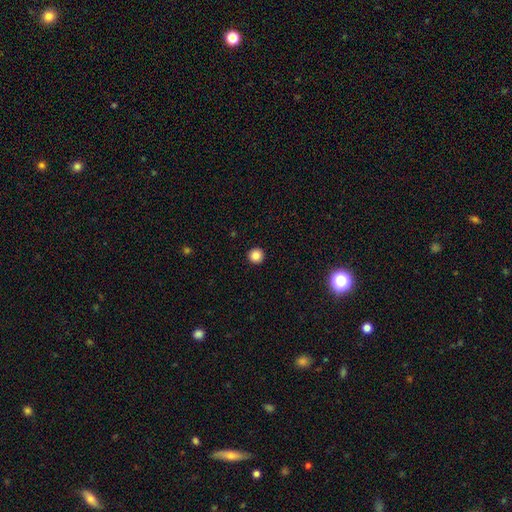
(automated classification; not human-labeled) This appears to be a smooth galaxy with no disk features (85%) that is round (96%). Merging: none (94%).